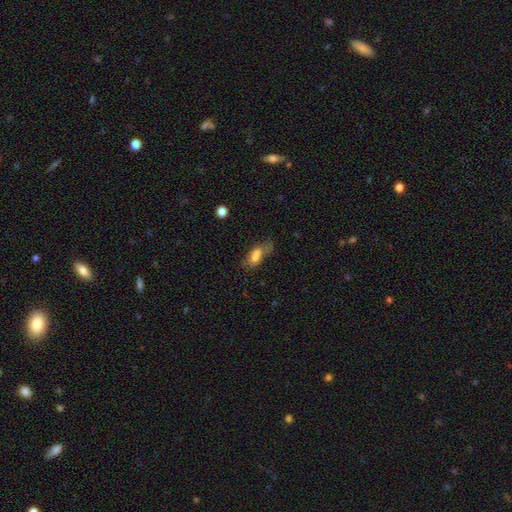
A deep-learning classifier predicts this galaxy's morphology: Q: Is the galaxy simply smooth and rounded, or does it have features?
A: smooth — 66%.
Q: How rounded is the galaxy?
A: in between — 74%.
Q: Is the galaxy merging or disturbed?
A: merger — 48%.